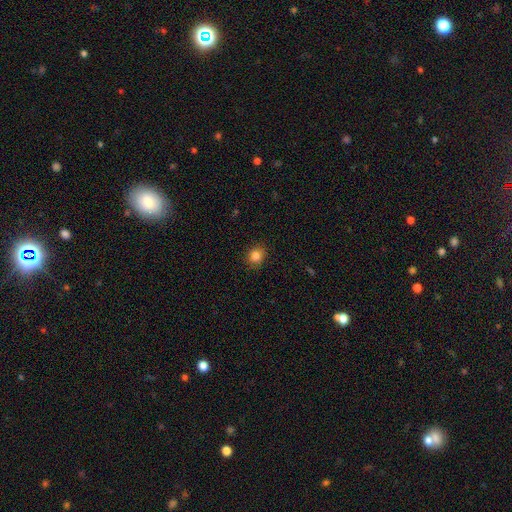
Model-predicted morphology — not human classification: type=smooth (84%); roundness=round (79%); merging=none (88%).